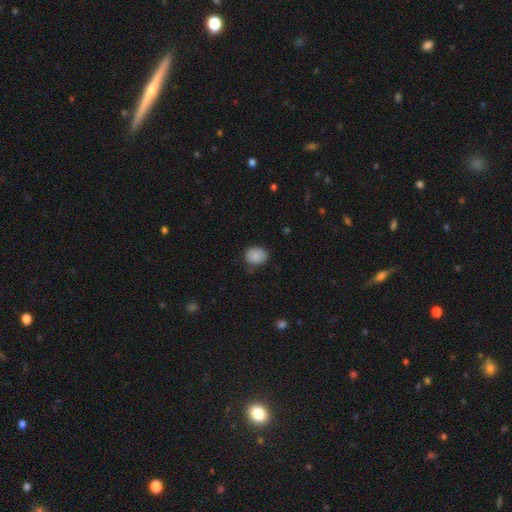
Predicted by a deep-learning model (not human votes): A smooth galaxy with no disk features (88%) that is round (56%).

Vote fractions:
- Smooth or featured? smooth: 88% / star or artifact: 8% / featured or disk: 4%
- How rounded? round: 56% / in between: 43% / cigar-shaped: 1%
- Merging? none: 78% / minor disturbance: 17% / major disturbance: 4% / merger: 2%